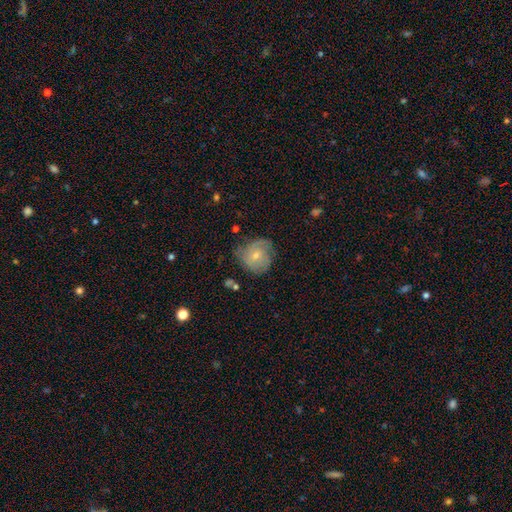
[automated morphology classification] A featured or disk galaxy (46%, tied with smooth). Merging: none (57%).